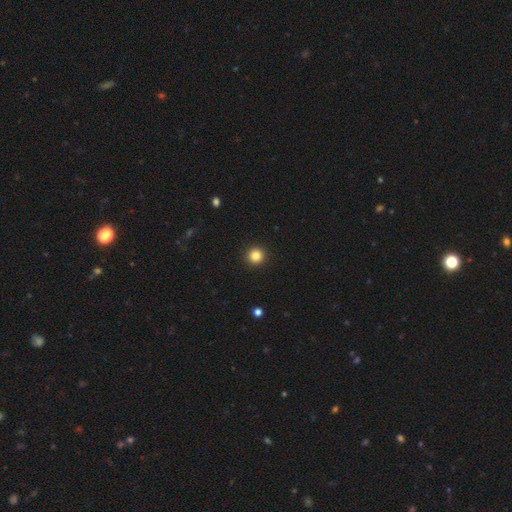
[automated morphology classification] smooth_or_featured: smooth (p=0.84) [alt: star or artifact p=0.12]
how_rounded: round (p=0.96) [alt: in between p=0.03]
merging: none (p=0.94) [alt: minor disturbance p=0.04]